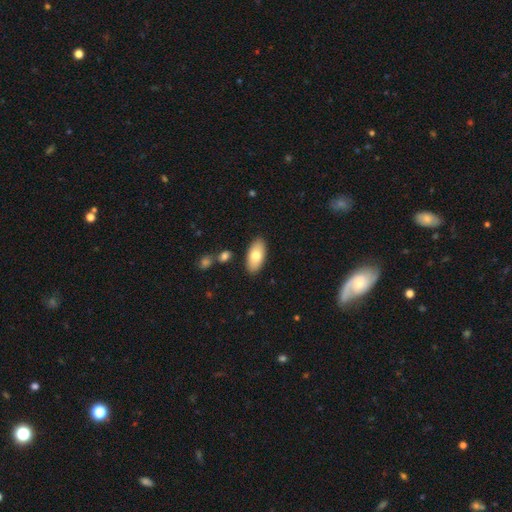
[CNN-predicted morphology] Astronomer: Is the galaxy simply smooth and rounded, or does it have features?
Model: smooth — 74%.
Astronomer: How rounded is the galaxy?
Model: in between — 91%.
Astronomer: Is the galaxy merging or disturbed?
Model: none — 87%.